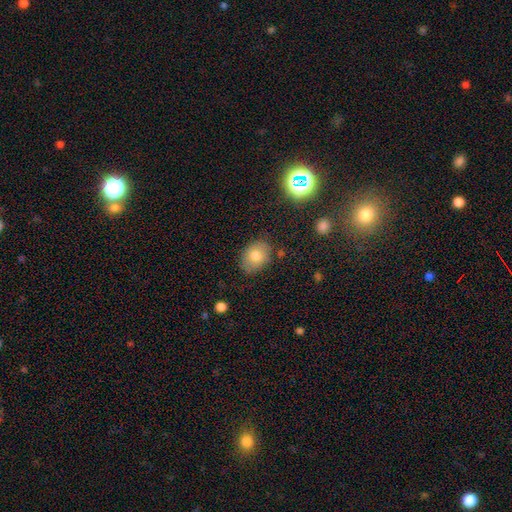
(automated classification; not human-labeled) Overall: smooth (76%). How rounded: in between (70%). Merging: none (80%).